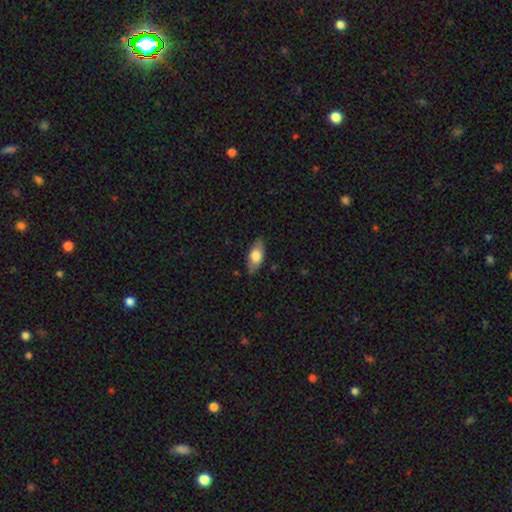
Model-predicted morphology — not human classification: A smooth galaxy with no disk features (72%) that is in between round and cigar-shaped (86%).

Vote fractions:
- Smooth or featured? smooth: 72% / featured or disk: 22% / star or artifact: 6%
- How rounded? in between: 86% / cigar-shaped: 10% / round: 3%
- Merging? none: 82% / minor disturbance: 14% / major disturbance: 3% / merger: 1%